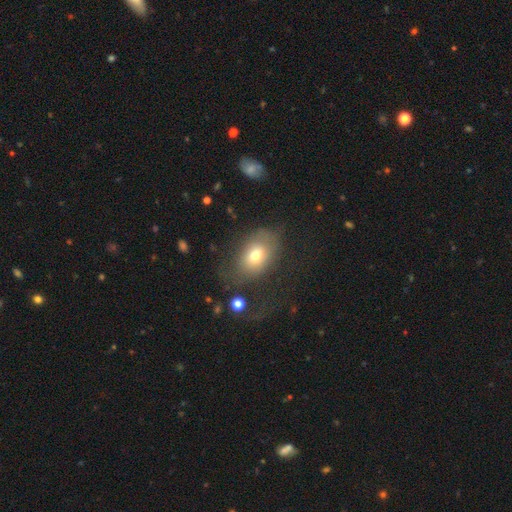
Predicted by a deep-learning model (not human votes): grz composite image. It shows a smooth galaxy with no disk features (70%) that is in between round and cigar-shaped (76%). Merging: none (49%).